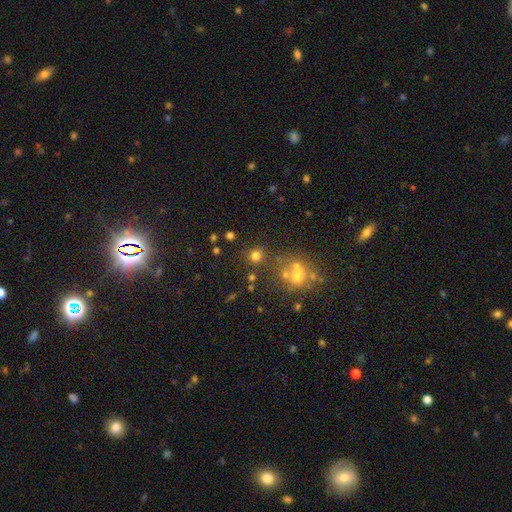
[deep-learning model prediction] smooth_or_featured: smooth (p=0.71) [alt: star or artifact p=0.20]
how_rounded: round (p=0.86) [alt: in between p=0.13]
merging: none (p=0.75) [alt: merger p=0.12]